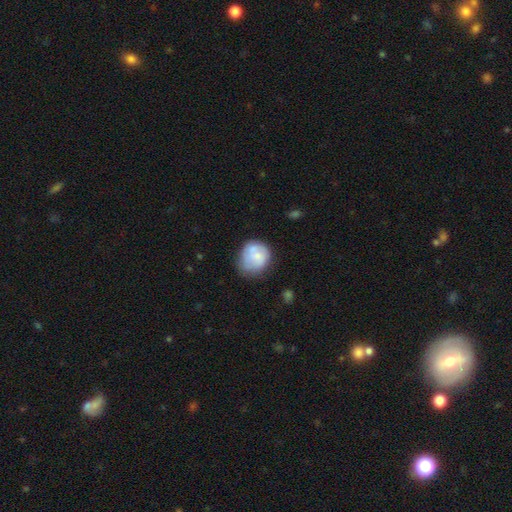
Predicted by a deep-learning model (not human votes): smooth-or-featured: smooth: 65% | featured or disk: 28% | star or artifact: 7%
  how-rounded: round: 72% | in between: 27% | cigar-shaped: 1%
  merging: none: 50% | minor disturbance: 32% | major disturbance: 12% | merger: 5%